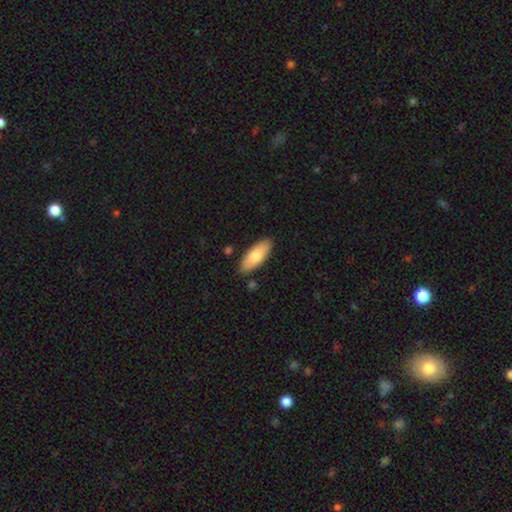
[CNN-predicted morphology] This is likely a smooth galaxy (76%). How rounded: likely in between (75%). Merging: clearly none (85%).